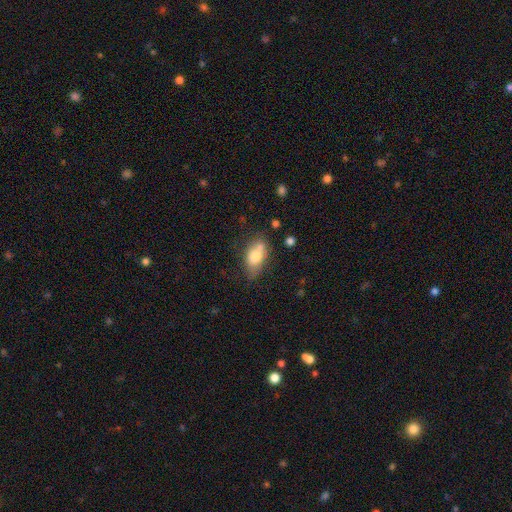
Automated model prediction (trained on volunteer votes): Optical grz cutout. It shows a smooth galaxy with no disk features (74%) that is in between round and cigar-shaped (88%). Merging: none (56%).